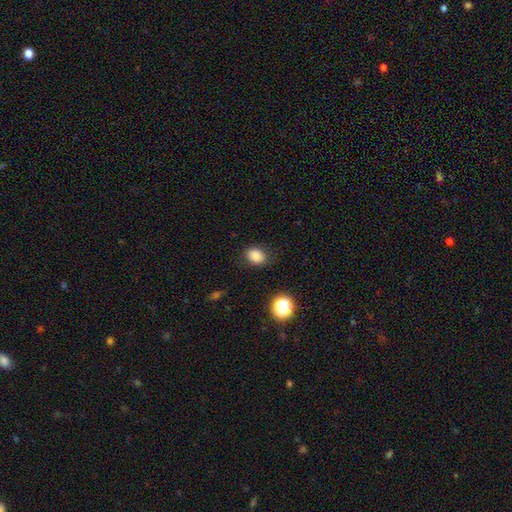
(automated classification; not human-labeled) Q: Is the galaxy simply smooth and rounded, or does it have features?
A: smooth — 82%.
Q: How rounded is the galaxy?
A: in between — 59%.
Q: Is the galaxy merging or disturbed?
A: none — 78%.